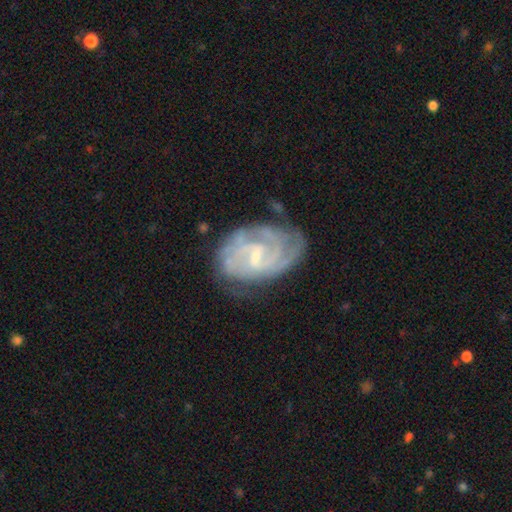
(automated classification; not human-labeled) This appears to be a featured or disk galaxy (86%) with a weak bar (58%), 2 (34%) tight (58%) spiral arms (94%) and a small central bulge (65%). Merging: none (65%).